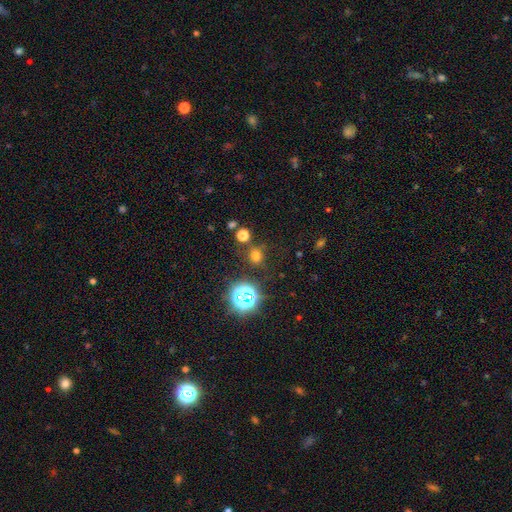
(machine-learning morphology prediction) The model was most divided on "smooth or featured": smooth: 61%, star or artifact: 31%, featured or disk: 7%. More confident: how rounded — round (84%); merging — none (76%).